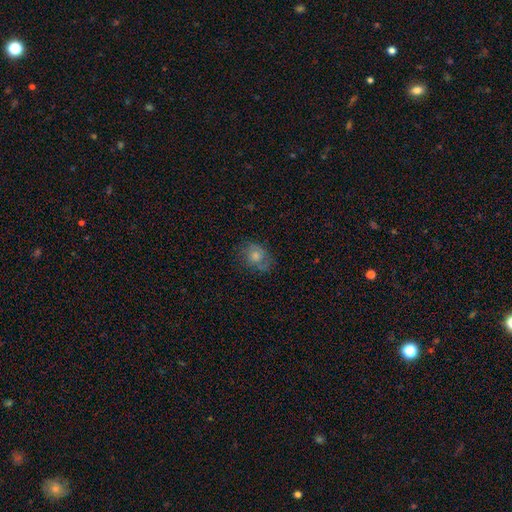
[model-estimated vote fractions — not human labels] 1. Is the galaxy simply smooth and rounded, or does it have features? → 56% smooth, 28% featured or disk, 16% star or artifact.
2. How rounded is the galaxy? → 55% round, 44% in between, 1% cigar-shaped.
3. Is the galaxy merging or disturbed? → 72% none, 19% minor disturbance, 7% major disturbance, 2% merger.